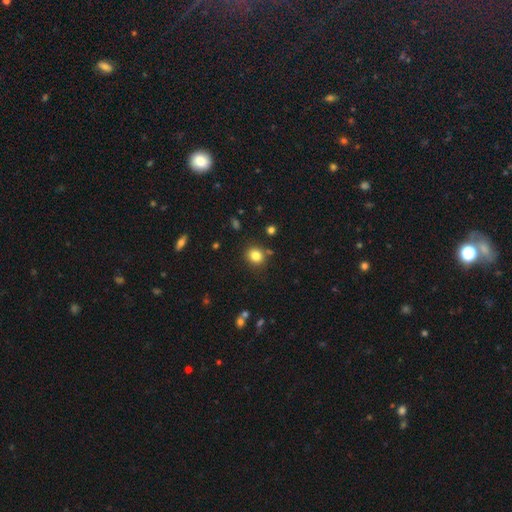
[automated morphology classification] A smooth galaxy with no disk features (82%) that is round (70%). Merging: none (83%).